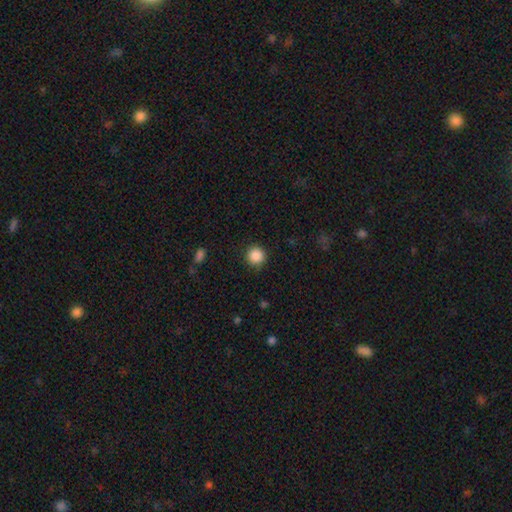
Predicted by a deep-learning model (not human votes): This is clearly a smooth galaxy (87%). How rounded: clearly round (94%). Merging: clearly none (89%).